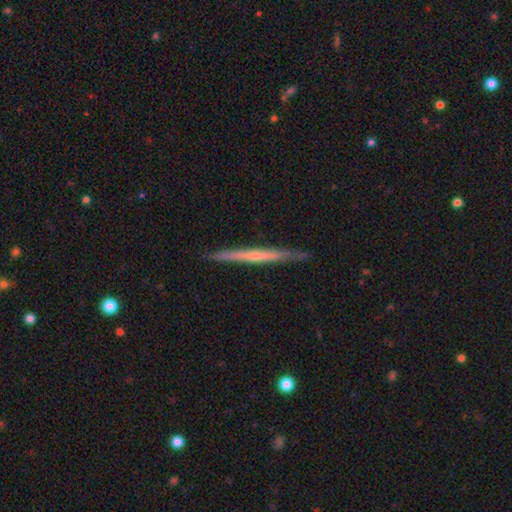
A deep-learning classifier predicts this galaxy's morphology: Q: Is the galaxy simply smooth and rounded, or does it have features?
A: featured or disk — 64%.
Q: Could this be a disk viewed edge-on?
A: yes — 97%.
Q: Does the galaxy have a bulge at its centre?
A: none — 61%.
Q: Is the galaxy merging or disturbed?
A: none — 90%.